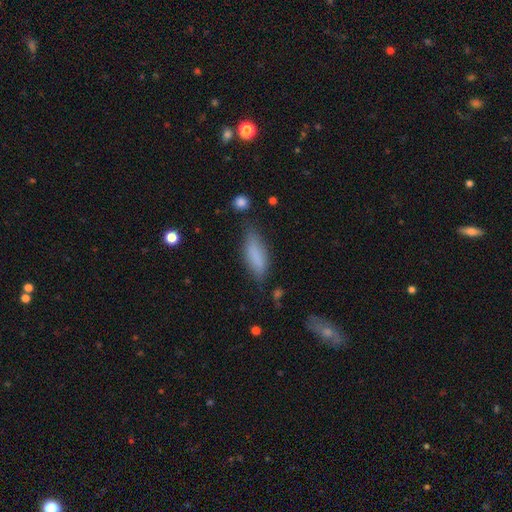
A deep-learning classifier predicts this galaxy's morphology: Q: Smooth or featured?
A: smooth (80%); runner-up: featured or disk (12%)
Q: How rounded?
A: in between (54%); runner-up: cigar-shaped (44%)
Q: Merging?
A: none (70%); runner-up: minor disturbance (22%)